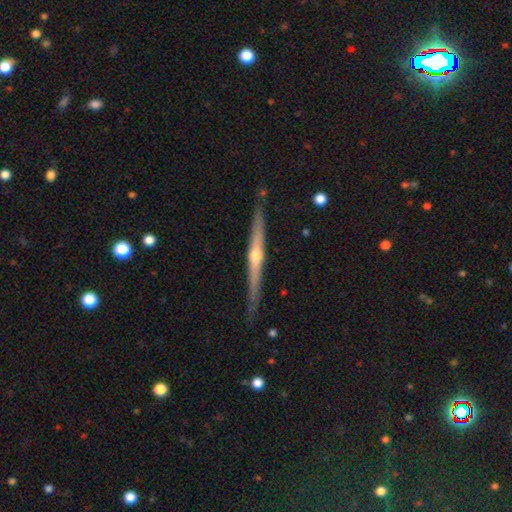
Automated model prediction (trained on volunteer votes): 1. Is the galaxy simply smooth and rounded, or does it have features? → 75% featured or disk, 20% smooth, 5% star or artifact.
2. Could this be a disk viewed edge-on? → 98% yes, 2% no.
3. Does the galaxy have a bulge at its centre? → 88% rounded, 9% none, 3% boxy.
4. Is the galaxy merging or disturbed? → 83% none, 13% minor disturbance, 2% major disturbance, 2% merger.